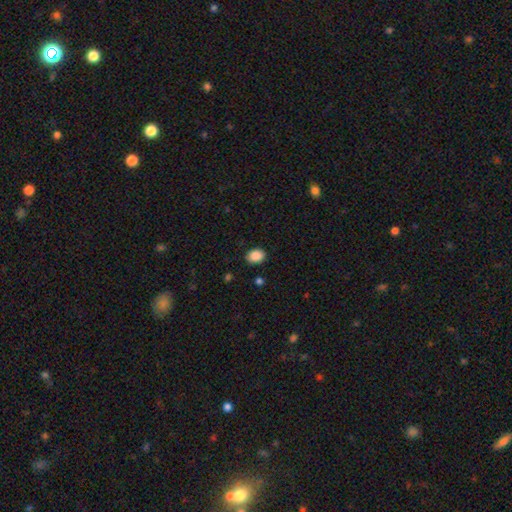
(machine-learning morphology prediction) A smooth galaxy with no disk features (89%) that is in between round and cigar-shaped (69%).

Vote fractions:
- Smooth or featured? smooth: 89% / star or artifact: 8% / featured or disk: 3%
- How rounded? in between: 69% / round: 31% / cigar-shaped: 1%
- Merging? none: 88% / minor disturbance: 8% / major disturbance: 2% / merger: 1%